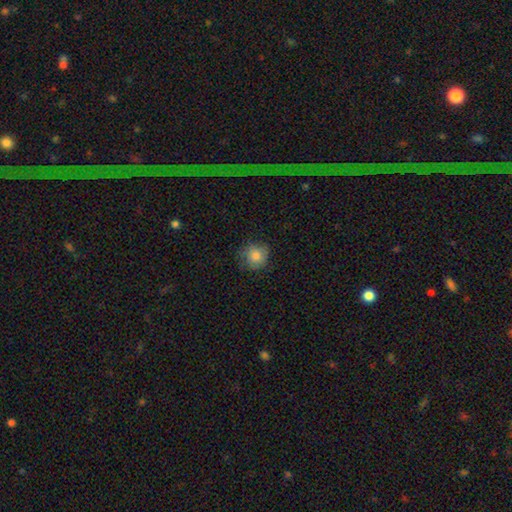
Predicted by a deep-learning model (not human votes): Overall: smooth (82%). How rounded: round (88%). Merging: none (73%).